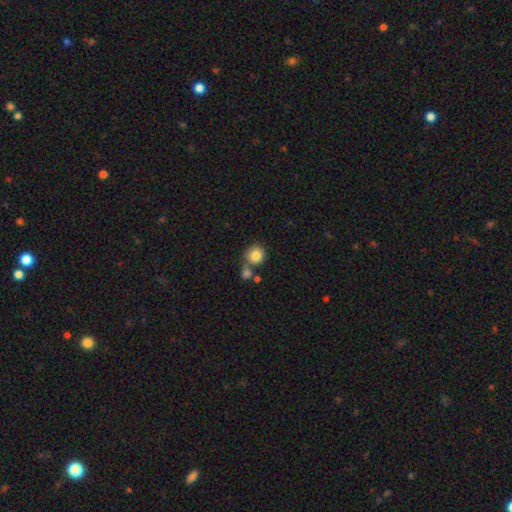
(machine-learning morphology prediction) Smooth or featured? smooth (83%)
How rounded? round (89%)
Merging? none (58%)